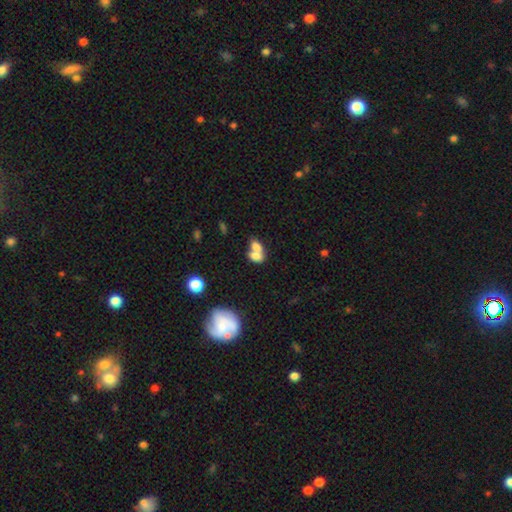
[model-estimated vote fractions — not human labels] The model was most divided on "merging": merger: 69%, none: 20%, minor disturbance: 7%, major disturbance: 4%. More confident: how rounded — in between (77%); smooth or featured — smooth (71%).